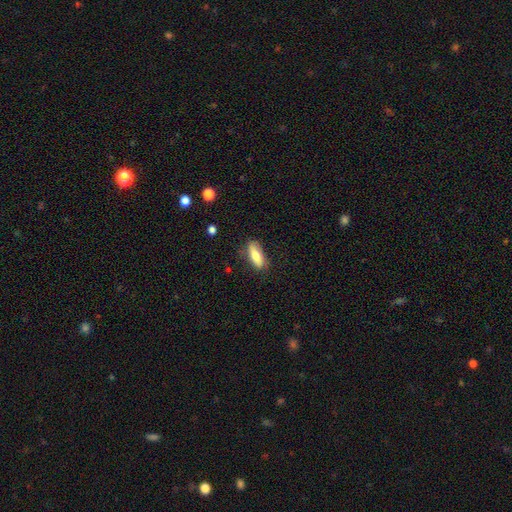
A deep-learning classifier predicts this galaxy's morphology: The model was most divided on "how rounded": in between: 62%, cigar-shaped: 35%, round: 3%. More confident: merging — none (77%); smooth or featured — smooth (68%).